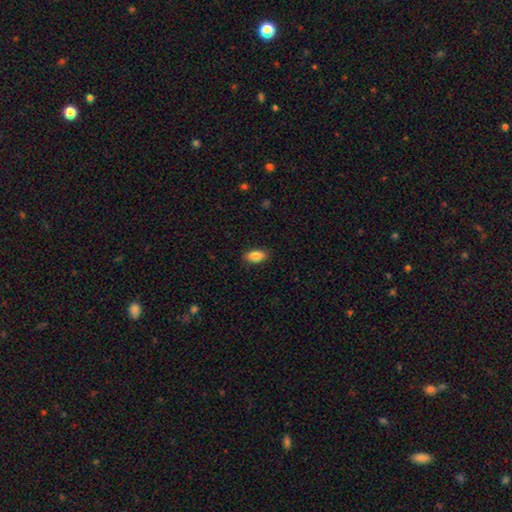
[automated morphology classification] This is clearly a smooth galaxy (87%). How rounded: clearly in between (90%). Merging: clearly none (88%).